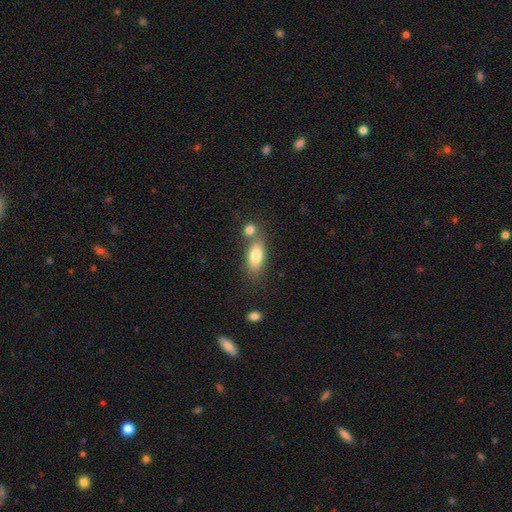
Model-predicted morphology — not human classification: type=smooth (80%); roundness=in between (80%); merging=none (55%).